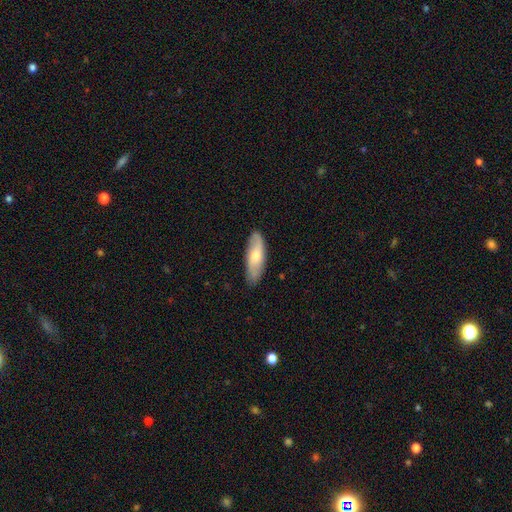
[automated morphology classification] Smooth or featured?
  - smooth: 56% *
  - featured or disk: 38%
  - star or artifact: 5%
How rounded?
  - in between: 62% *
  - cigar-shaped: 35%
  - round: 2%
Merging?
  - none: 83% *
  - minor disturbance: 13%
  - major disturbance: 2%
  - merger: 1%